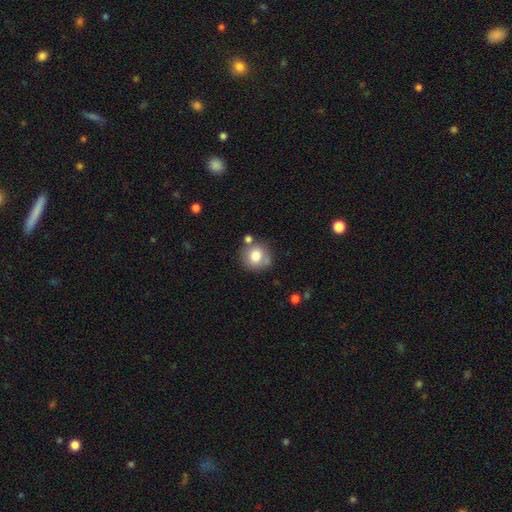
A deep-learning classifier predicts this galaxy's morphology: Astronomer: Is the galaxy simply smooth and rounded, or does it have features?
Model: smooth — 78%.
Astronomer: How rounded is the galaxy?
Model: round — 86%.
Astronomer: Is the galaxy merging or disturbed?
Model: none — 67%.